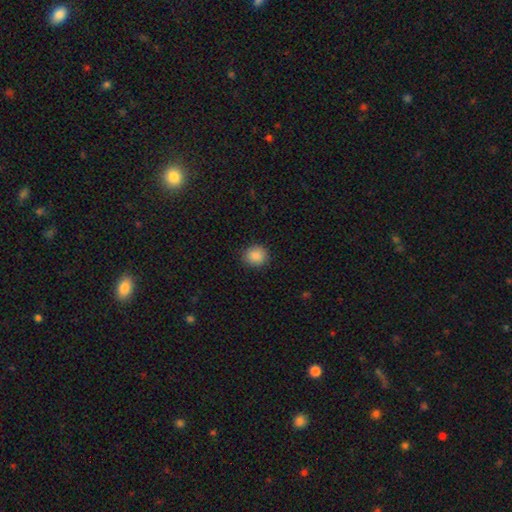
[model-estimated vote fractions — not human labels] The model was most divided on "how rounded": round: 82%, in between: 17%, cigar-shaped: 1%. More confident: smooth or featured — smooth (88%); merging — none (88%).